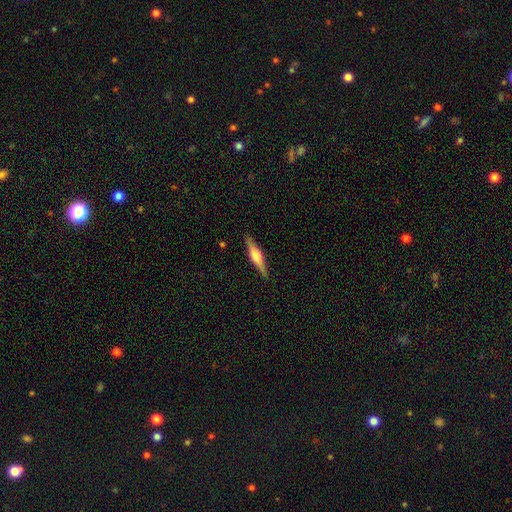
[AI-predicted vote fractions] Q: Smooth or featured?
A: featured or disk (63%); runner-up: smooth (32%)
Q: Edge-on disk?
A: yes (97%); runner-up: no (3%)
Q: Edge-on bulge?
A: rounded (82%); runner-up: boxy (14%)
Q: Merging?
A: none (89%); runner-up: minor disturbance (8%)